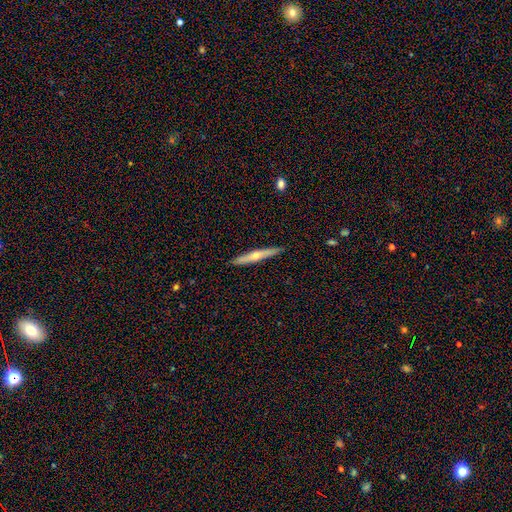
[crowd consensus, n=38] This appears to be a featured or disk galaxy (71%) viewed edge-on (96%) with a rounded central bulge (92%). Merging: none (89%).